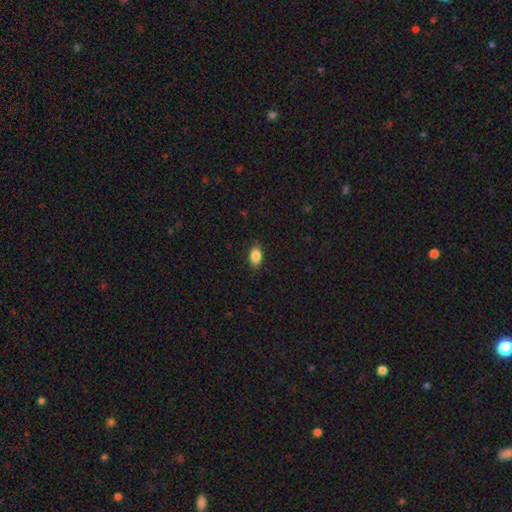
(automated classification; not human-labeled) Morphology: type=smooth (87%); roundness=in between (87%); merging=none (86%).